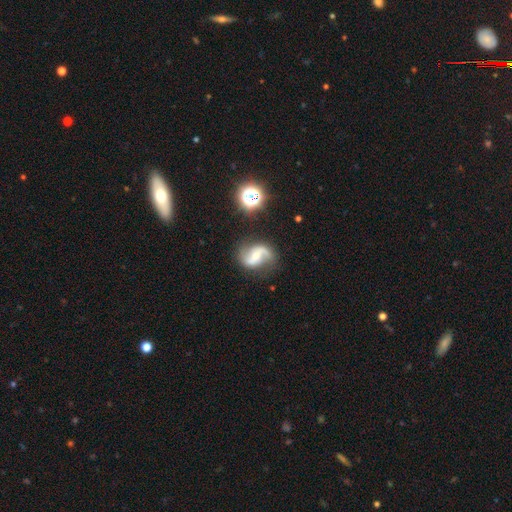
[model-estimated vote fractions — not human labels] The model was most divided on "bar": no: 40%, weak: 38%, strong: 21%. More confident: edge-on disk — no (98%); spiral arms — yes (96%); spiral arm count — 2 (91%); smooth or featured — featured or disk (83%); merging — none (74%); spiral winding — loose (59%); bulge size — moderate (51%).